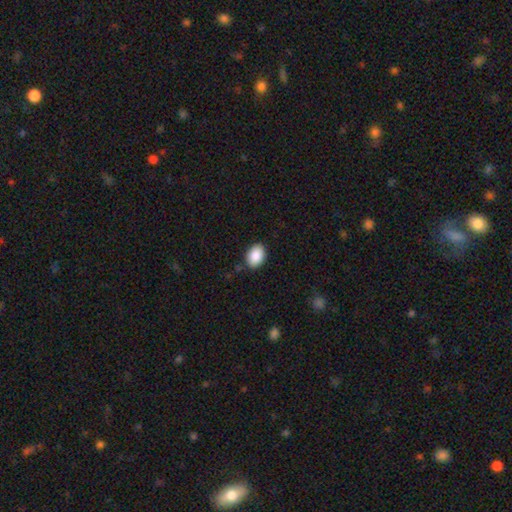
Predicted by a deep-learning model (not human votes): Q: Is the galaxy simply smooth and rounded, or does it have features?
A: smooth — 89%.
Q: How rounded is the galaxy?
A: in between — 85%.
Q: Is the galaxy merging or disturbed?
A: none — 86%.